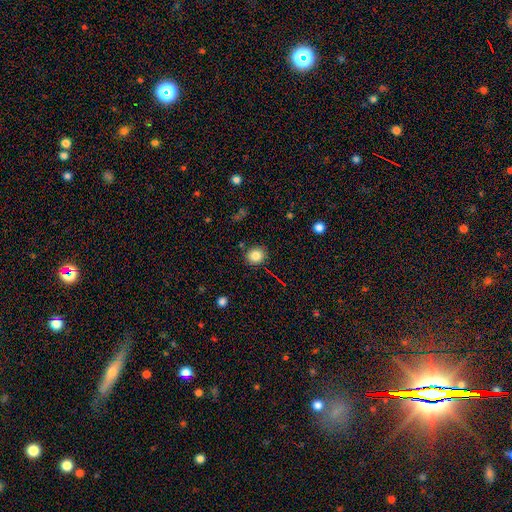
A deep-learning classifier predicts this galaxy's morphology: smooth_or_featured: smooth (p=0.83) [alt: star or artifact p=0.11]
how_rounded: round (p=0.81) [alt: in between p=0.18]
merging: none (p=0.87) [alt: minor disturbance p=0.08]